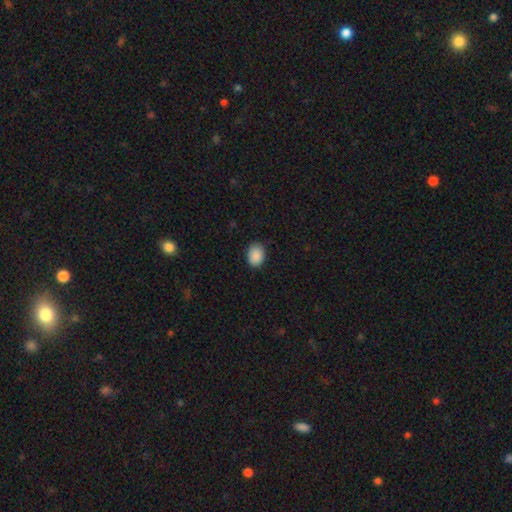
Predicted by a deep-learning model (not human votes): A smooth galaxy with no disk features (89%) that is in between round and cigar-shaped (71%).

Vote fractions:
- Smooth or featured? smooth: 89% / star or artifact: 8% / featured or disk: 3%
- How rounded? in between: 71% / round: 28% / cigar-shaped: 1%
- Merging? none: 82% / minor disturbance: 14% / major disturbance: 2% / merger: 1%